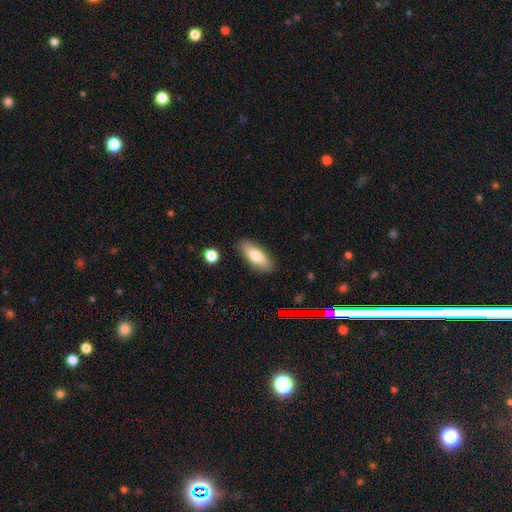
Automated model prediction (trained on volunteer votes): Smooth or featured? smooth (76%)
How rounded? in between (77%)
Merging? none (86%)